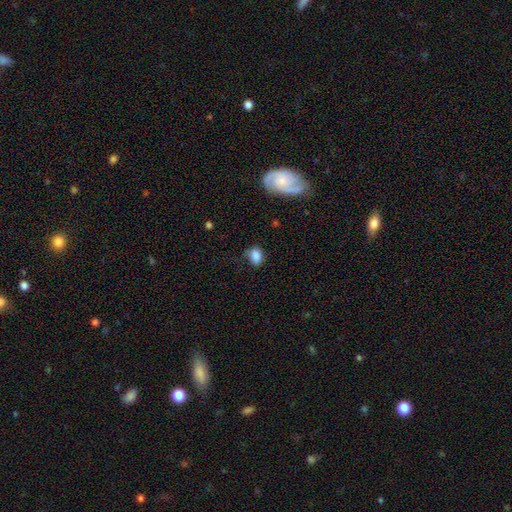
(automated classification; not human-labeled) smooth_or_featured: smooth (p=0.82) [alt: star or artifact p=0.09]
how_rounded: in between (p=0.71) [alt: round p=0.27]
merging: none (p=0.55) [alt: minor disturbance p=0.30]